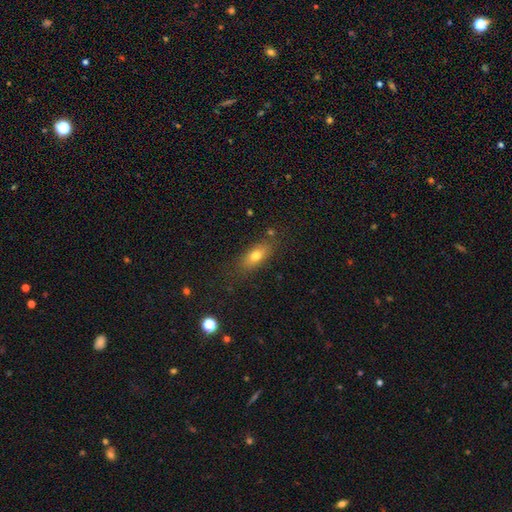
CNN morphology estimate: Q: Smooth or featured?
A: smooth (74%); runner-up: featured or disk (17%)
Q: How rounded?
A: in between (77%); runner-up: cigar-shaped (16%)
Q: Merging?
A: none (77%); runner-up: minor disturbance (15%)